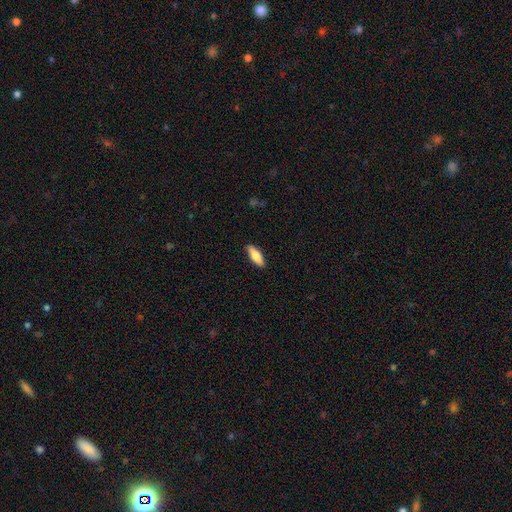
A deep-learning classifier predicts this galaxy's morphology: smooth-or-featured: smooth: 80% | featured or disk: 14% | star or artifact: 6%
  how-rounded: in between: 63% | cigar-shaped: 35% | round: 2%
  merging: none: 88% | minor disturbance: 10% | major disturbance: 2% | merger: 1%